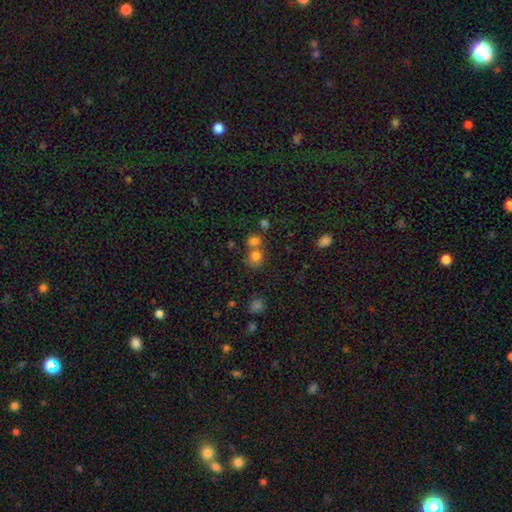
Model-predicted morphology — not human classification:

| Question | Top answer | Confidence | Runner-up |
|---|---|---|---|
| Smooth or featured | smooth | 76% | star or artifact (15%) |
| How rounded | round | 77% | in between (22%) |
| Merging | none | 47% | merger (41%) |